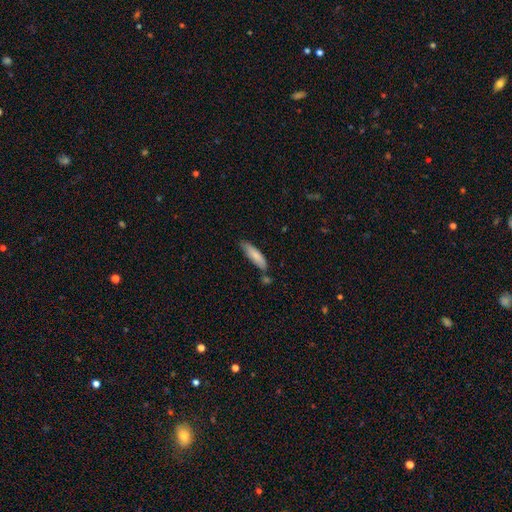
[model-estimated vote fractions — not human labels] smooth-or-featured: smooth: 80% | featured or disk: 14% | star or artifact: 6%
  how-rounded: cigar-shaped: 63% | in between: 35% | round: 1%
  merging: none: 65% | minor disturbance: 21% | merger: 10% | major disturbance: 4%